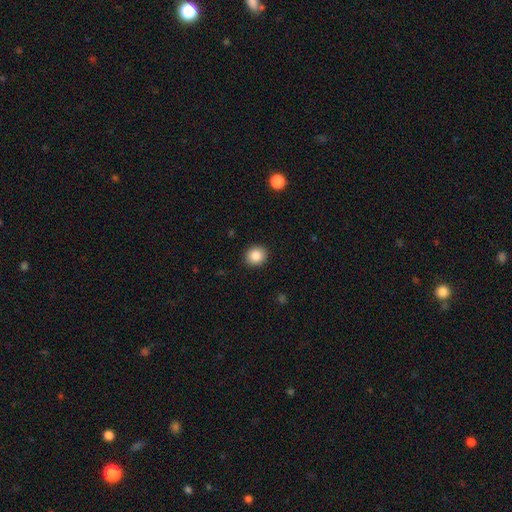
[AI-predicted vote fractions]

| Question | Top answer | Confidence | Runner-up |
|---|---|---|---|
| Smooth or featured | smooth | 86% | star or artifact (9%) |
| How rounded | round | 77% | in between (22%) |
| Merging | none | 92% | minor disturbance (6%) |